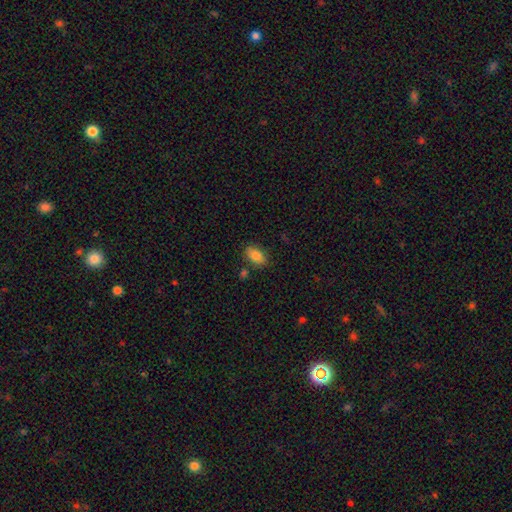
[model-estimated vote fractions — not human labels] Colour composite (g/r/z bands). It shows a smooth galaxy with no disk features (84%) that is in between round and cigar-shaped (90%). Merging: none (79%).